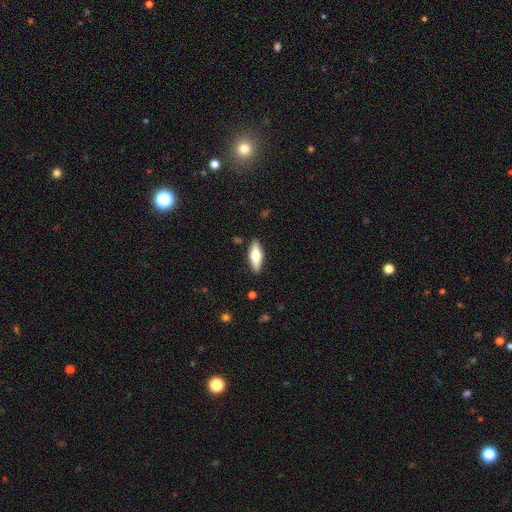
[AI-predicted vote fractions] Overall: smooth (55%; featured or disk 39%). How rounded: in between (59%; cigar-shaped 38%). Merging: none (88%).